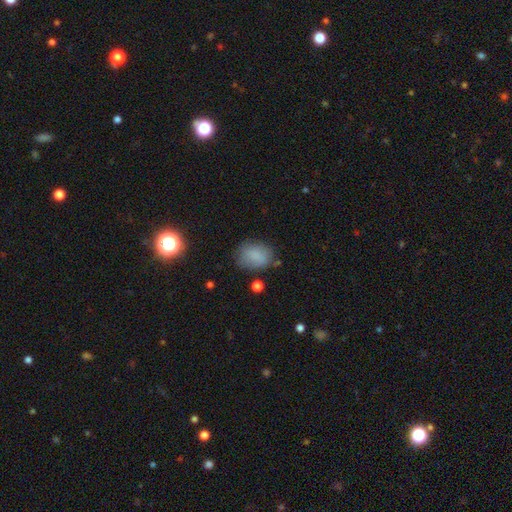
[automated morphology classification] smooth 81%, star or artifact 11%, featured or disk 8%. Down the decision tree: how rounded — in between (67%); merging — none (68%).